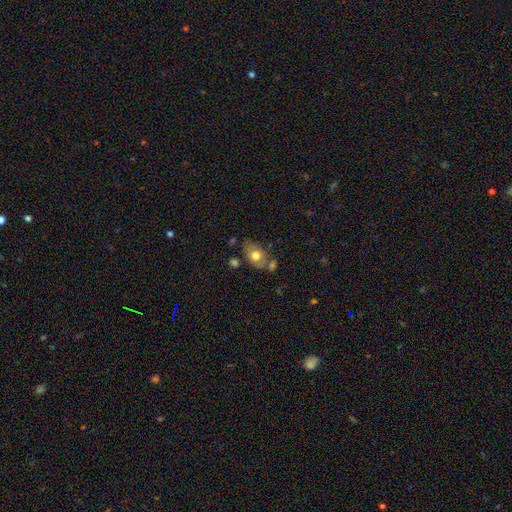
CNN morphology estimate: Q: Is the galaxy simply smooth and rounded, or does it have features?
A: smooth — 69%.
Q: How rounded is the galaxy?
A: in between — 79%.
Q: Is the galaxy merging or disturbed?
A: none — 56%.